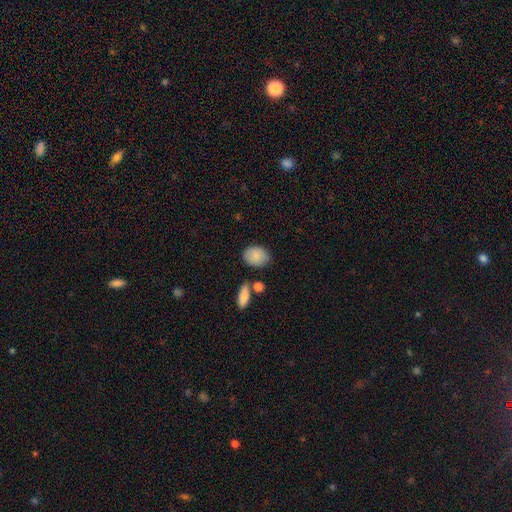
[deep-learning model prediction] A smooth galaxy with no disk features (86%) that is in between round and cigar-shaped (62%).

Vote fractions:
- Smooth or featured? smooth: 86% / featured or disk: 7% / star or artifact: 7%
- How rounded? in between: 62% / round: 37% / cigar-shaped: 1%
- Merging? none: 76% / minor disturbance: 15% / merger: 5% / major disturbance: 4%